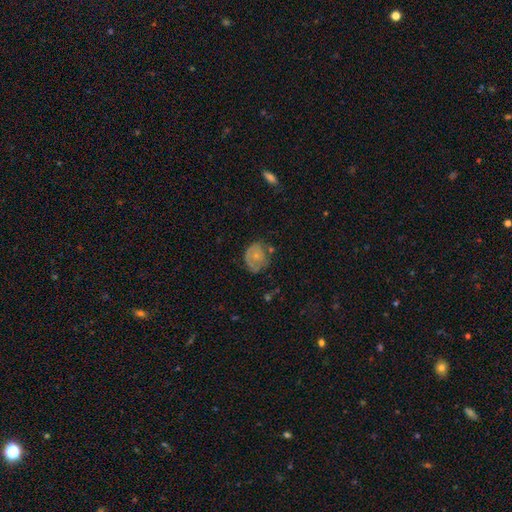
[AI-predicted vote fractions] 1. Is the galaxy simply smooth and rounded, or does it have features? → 49% smooth, 43% featured or disk, 8% star or artifact.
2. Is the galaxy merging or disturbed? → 49% none, 30% minor disturbance, 16% major disturbance, 5% merger.